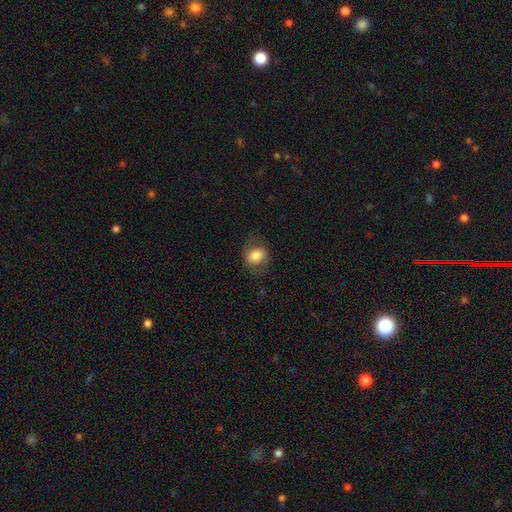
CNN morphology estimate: Smooth or featured? Predicted: smooth (p=0.77). How rounded? Predicted: in between (p=0.62). Merging? Predicted: none (p=0.72).